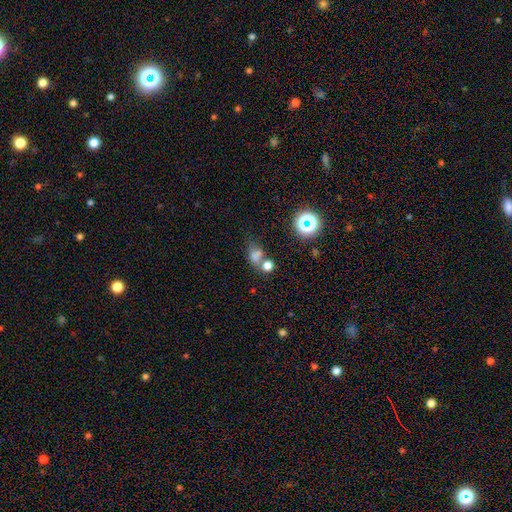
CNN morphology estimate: type=smooth (67%); roundness=in between (53%); merging=none (39%).